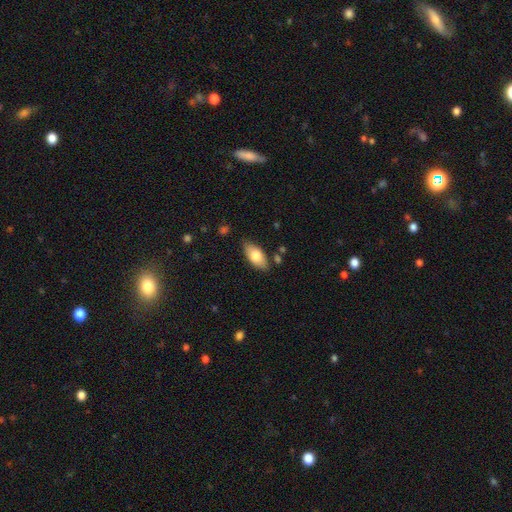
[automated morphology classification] The model was most divided on "smooth or featured": smooth: 76%, featured or disk: 17%, star or artifact: 6%. More confident: how rounded — in between (90%); merging — none (80%).